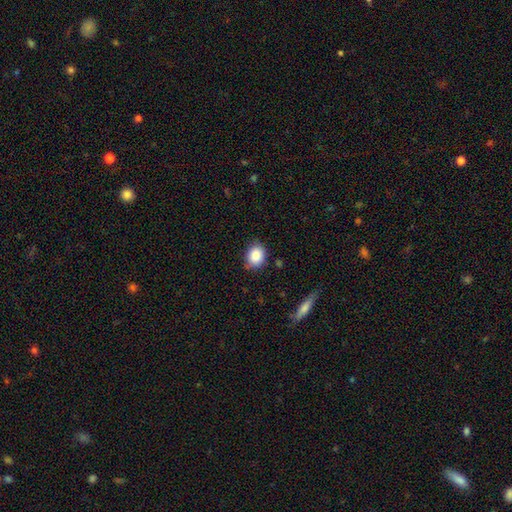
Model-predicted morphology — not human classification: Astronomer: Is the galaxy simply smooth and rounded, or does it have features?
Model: smooth — 87%.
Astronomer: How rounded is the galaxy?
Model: round — 57% (runner-up: in between, 41%).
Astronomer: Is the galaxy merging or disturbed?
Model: none — 77%.